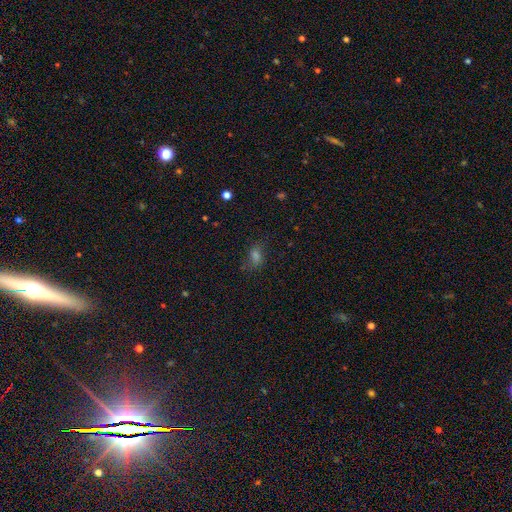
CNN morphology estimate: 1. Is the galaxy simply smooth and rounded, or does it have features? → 57% smooth, 28% star or artifact, 15% featured or disk.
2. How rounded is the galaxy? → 74% in between, 22% round, 4% cigar-shaped.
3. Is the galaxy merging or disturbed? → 65% none, 21% minor disturbance, 11% major disturbance, 3% merger.